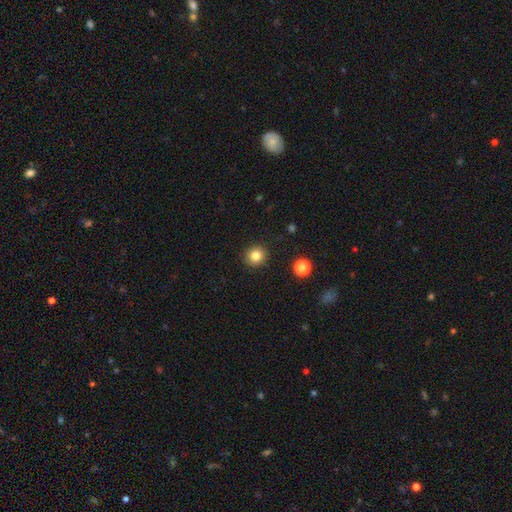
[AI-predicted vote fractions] Smooth or featured?
  - smooth: 83% *
  - star or artifact: 11%
  - featured or disk: 6%
How rounded?
  - round: 91% *
  - in between: 8%
  - cigar-shaped: 1%
Merging?
  - none: 92% *
  - minor disturbance: 5%
  - major disturbance: 2%
  - merger: 1%